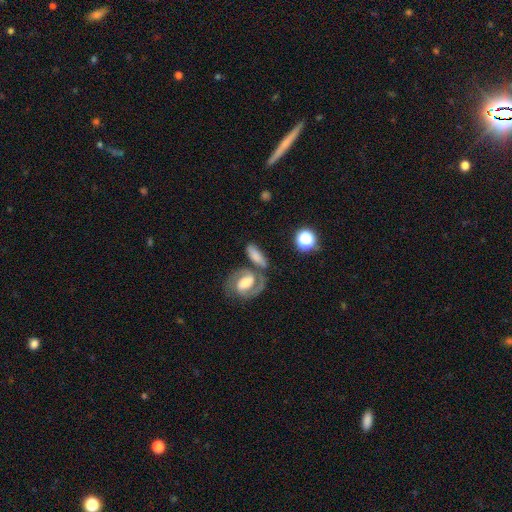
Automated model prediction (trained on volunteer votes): This is possibly a smooth galaxy (46%). Merging: possibly none (48%).